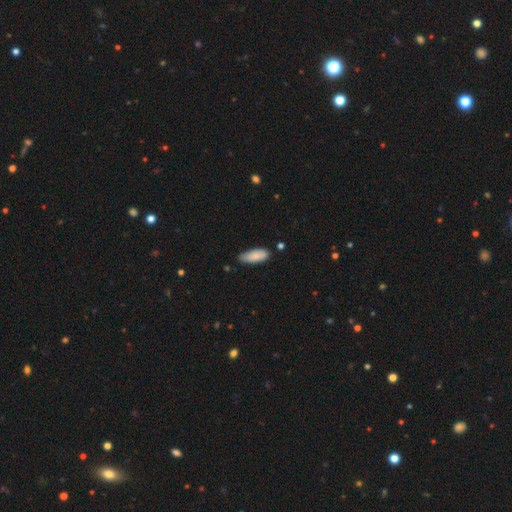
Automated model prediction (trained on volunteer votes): A smooth galaxy with no disk features (86%) that is in between round and cigar-shaped (74%). Merging: none (75%).